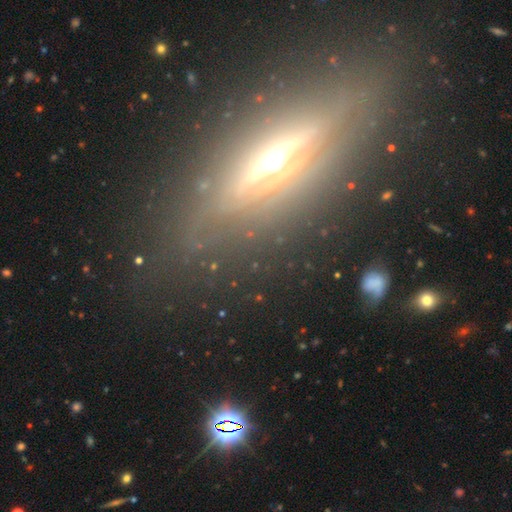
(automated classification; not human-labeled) smooth_or_featured: featured or disk (p=0.75) [alt: smooth p=0.15]
disk_edge_on: yes (p=0.90) [alt: no p=0.10]
edge_on_bulge: rounded (p=0.86) [alt: none p=0.07]
merging: none (p=0.83) [alt: minor disturbance p=0.11]